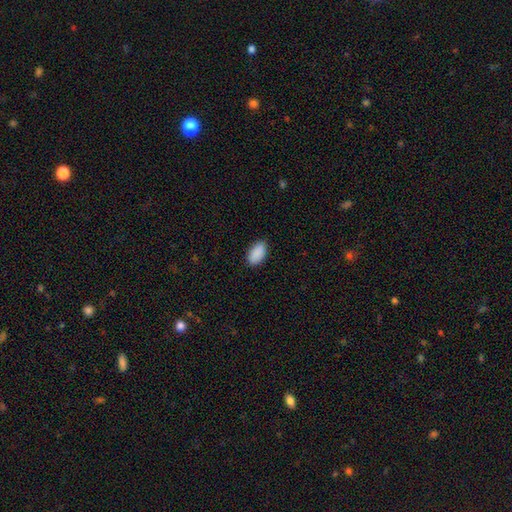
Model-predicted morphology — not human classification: A smooth galaxy with no disk features (91%) that is in between round and cigar-shaped (95%). Merging: none (87%).